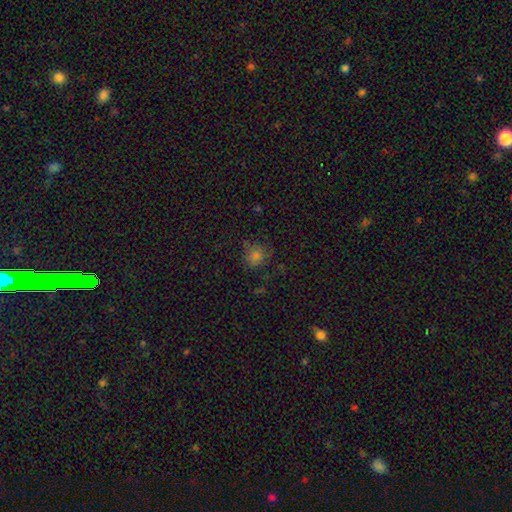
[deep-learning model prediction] A smooth galaxy with no disk features (74%) that is round (83%). Merging: none (75%).